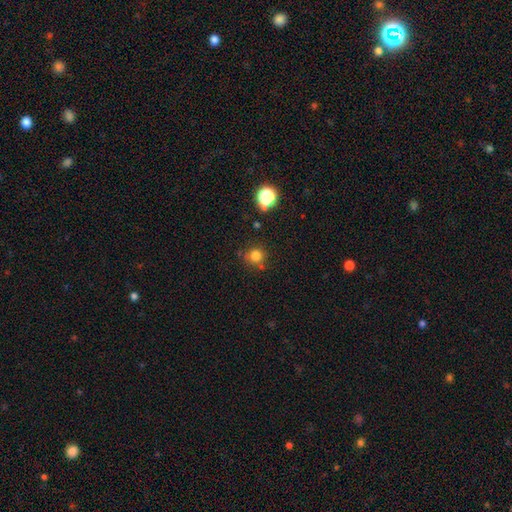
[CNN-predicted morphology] A smooth galaxy with no disk features (79%) that is round (91%). Merging: none (78%).